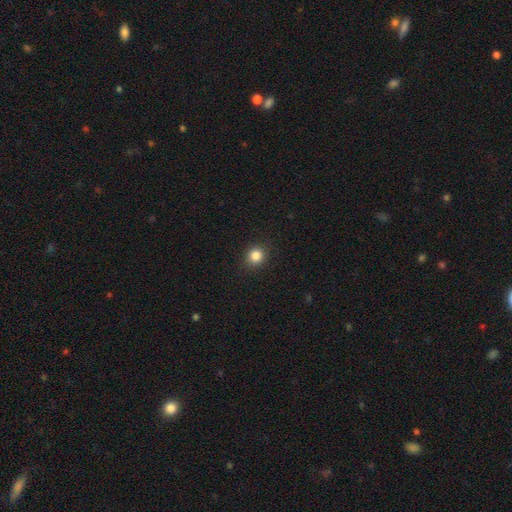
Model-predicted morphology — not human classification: This appears to be a smooth galaxy with no disk features (84%) that is round (86%). Merging: none (90%).